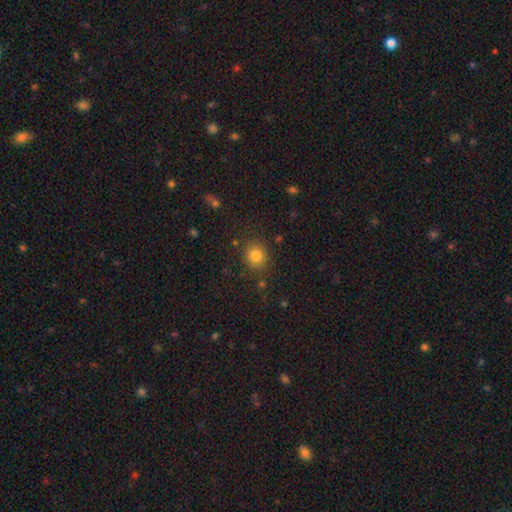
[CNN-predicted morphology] Q: Smooth or featured?
A: smooth (81%); runner-up: star or artifact (13%)
Q: How rounded?
A: round (80%); runner-up: in between (19%)
Q: Merging?
A: none (84%); runner-up: minor disturbance (10%)